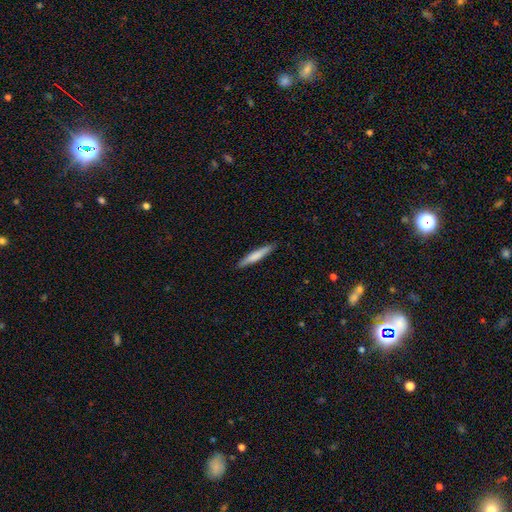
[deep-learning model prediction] Smooth or featured?
  - smooth: 72% *
  - featured or disk: 24%
  - star or artifact: 5%
How rounded?
  - cigar-shaped: 94% *
  - in between: 5%
  - round: 1%
Merging?
  - none: 91% *
  - minor disturbance: 7%
  - major disturbance: 1%
  - merger: 1%